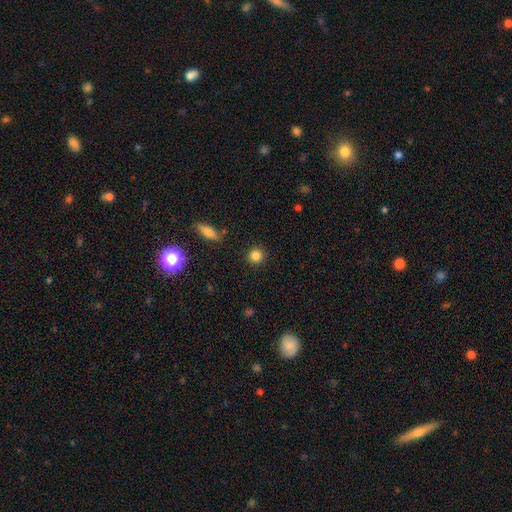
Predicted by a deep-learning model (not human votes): smooth-or-featured: smooth: 85% | star or artifact: 11% | featured or disk: 5%
  how-rounded: round: 91% | in between: 7% | cigar-shaped: 1%
  merging: none: 91% | minor disturbance: 6% | major disturbance: 2% | merger: 2%